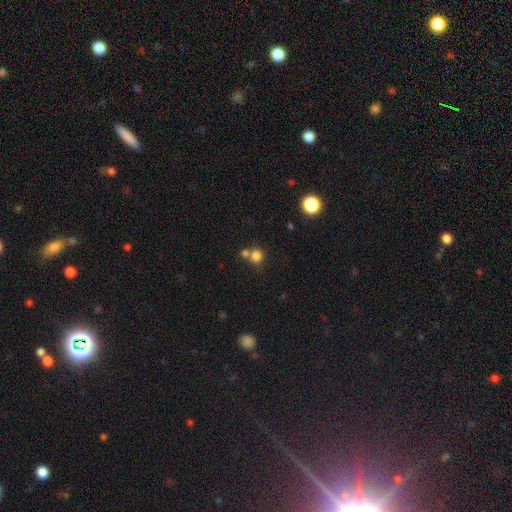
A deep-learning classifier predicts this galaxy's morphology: Overall: smooth (80%). How rounded: round (88%). Merging: none (54%; merger 35%).